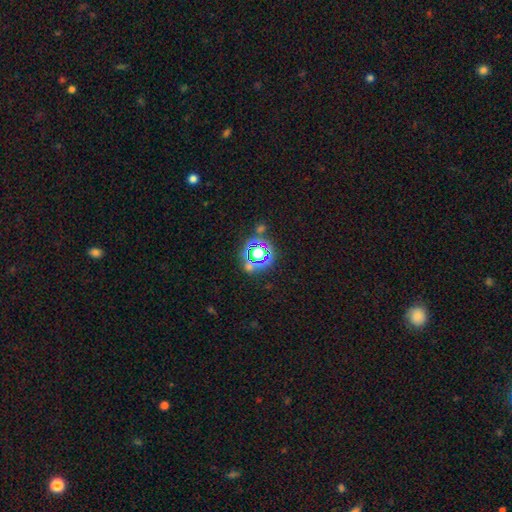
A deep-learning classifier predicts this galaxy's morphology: The model was most divided on "smooth or featured": star or artifact: 76%, smooth: 16%, featured or disk: 8%.